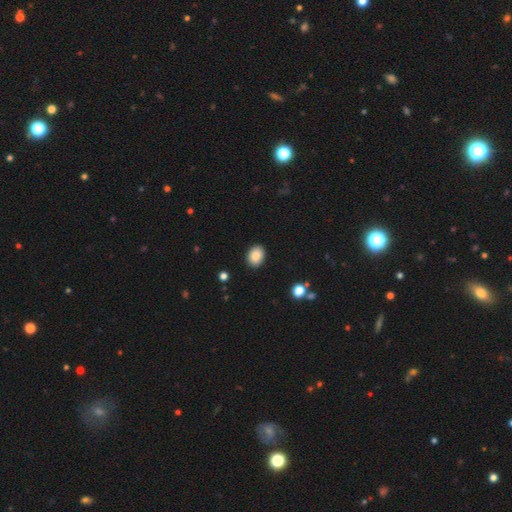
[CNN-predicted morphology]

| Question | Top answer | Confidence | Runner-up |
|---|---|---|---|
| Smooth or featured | smooth | 88% | star or artifact (8%) |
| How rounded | in between | 72% | round (28%) |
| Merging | none | 89% | minor disturbance (8%) |